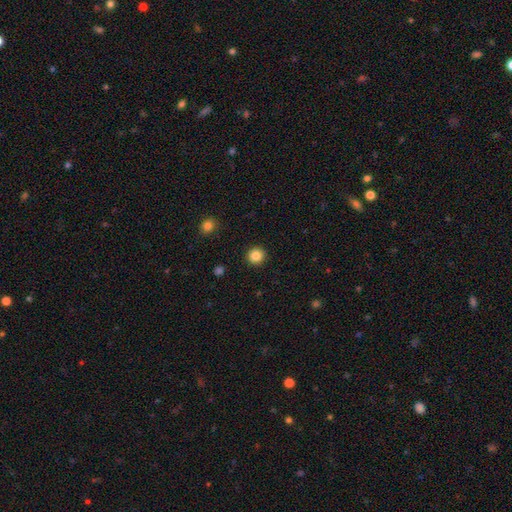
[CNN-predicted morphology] smooth 85%, star or artifact 11%, featured or disk 4%. Down the decision tree: how rounded — round (94%); merging — none (93%).